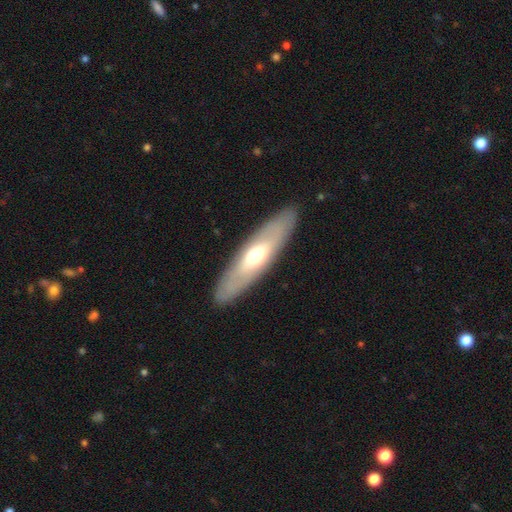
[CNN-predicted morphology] smooth 49%, featured or disk 46%, star or artifact 5%. Down the decision tree: merging — none (89%).